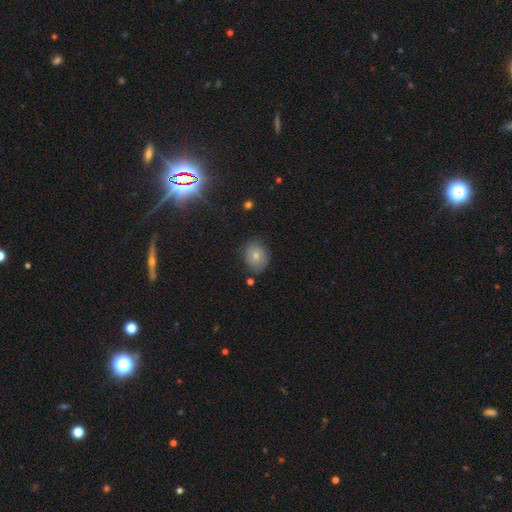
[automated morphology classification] Smooth or featured? smooth (74%)
How rounded? in between (51%)
Merging? none (74%)